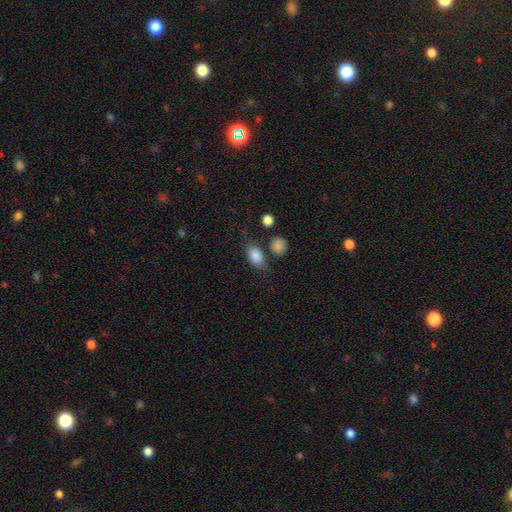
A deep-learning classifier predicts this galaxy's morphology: Smooth or featured: smooth — 86% (star or artifact — 8%)
How rounded: in between — 85% (round — 12%)
Merging: none — 68% (minor disturbance — 17%)